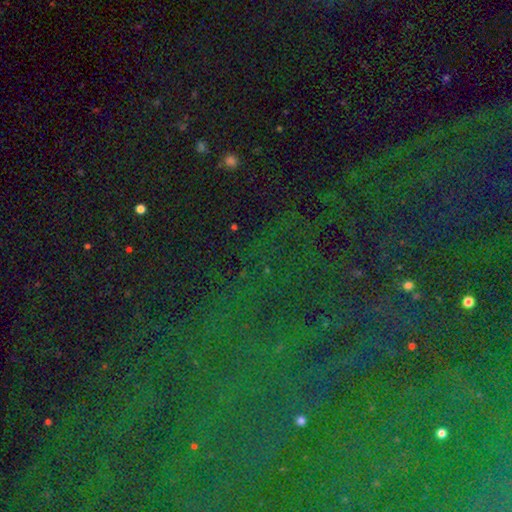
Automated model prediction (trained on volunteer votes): Smooth or featured?
  - star or artifact: 84% *
  - smooth: 8%
  - featured or disk: 7%